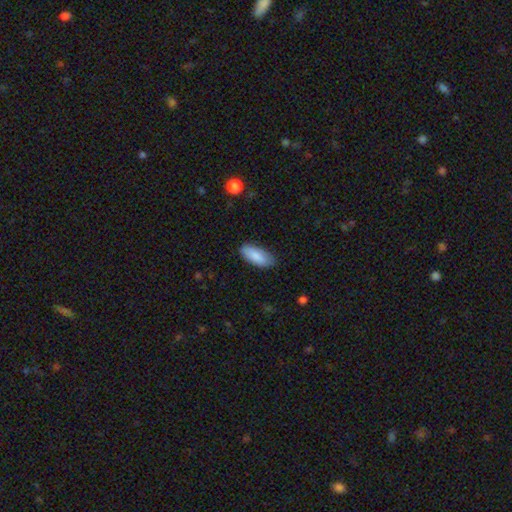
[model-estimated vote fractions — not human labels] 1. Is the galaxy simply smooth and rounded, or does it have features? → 88% smooth, 7% featured or disk, 6% star or artifact.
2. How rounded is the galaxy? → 82% in between, 17% cigar-shaped, 2% round.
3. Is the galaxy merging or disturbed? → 84% none, 13% minor disturbance, 2% major disturbance, 1% merger.